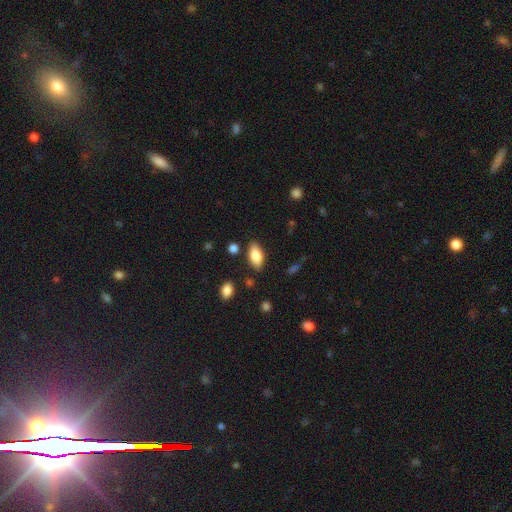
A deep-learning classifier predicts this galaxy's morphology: This is clearly a smooth galaxy (81%). How rounded: clearly in between (90%). Merging: clearly none (83%).